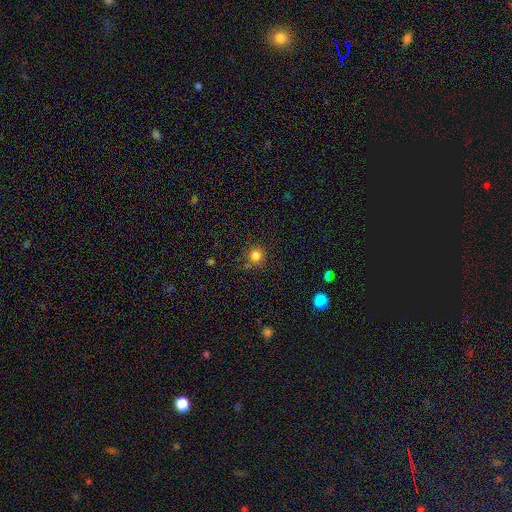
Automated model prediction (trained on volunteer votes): Overall: smooth (81%). How rounded: round (92%). Merging: none (81%).